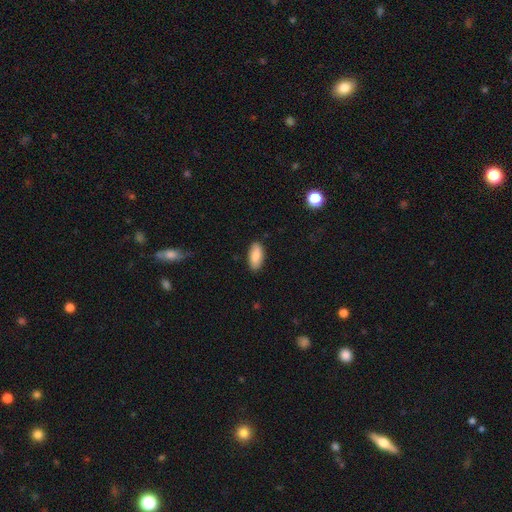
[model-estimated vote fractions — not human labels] This appears to be a smooth galaxy with no disk features (85%) that is in between round and cigar-shaped (88%). Merging: none (87%).